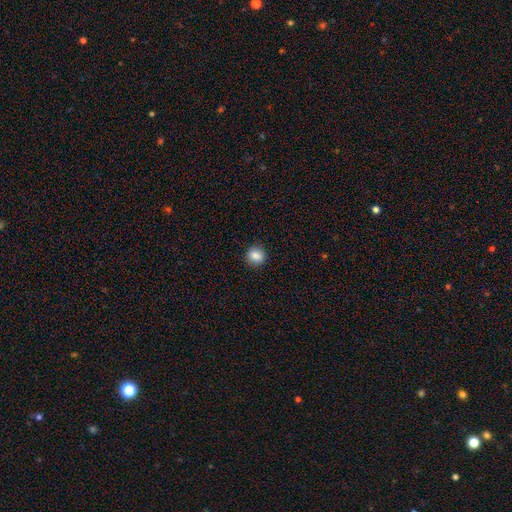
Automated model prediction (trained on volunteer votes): smooth 86%, star or artifact 10%, featured or disk 4%. Down the decision tree: how rounded — round (79%); merging — none (89%).